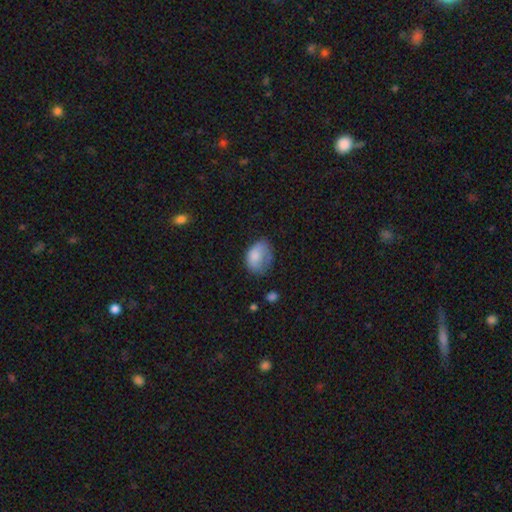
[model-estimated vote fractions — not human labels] Smooth or featured: smooth — 78% (featured or disk — 14%)
How rounded: in between — 75% (round — 24%)
Merging: none — 40% (minor disturbance — 35%)